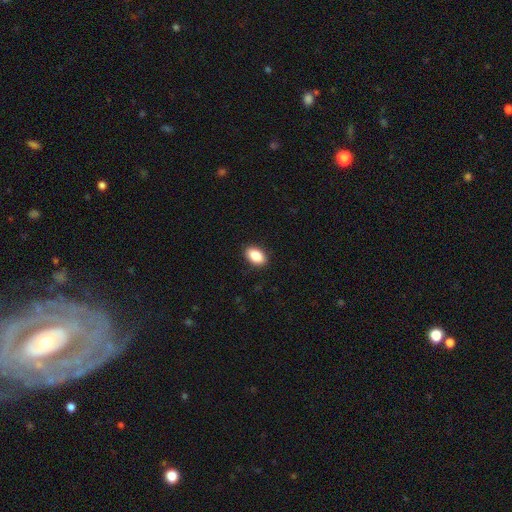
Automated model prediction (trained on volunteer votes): smooth-or-featured: smooth: 88% | star or artifact: 7% | featured or disk: 5%
  how-rounded: in between: 92% | round: 7% | cigar-shaped: 2%
  merging: none: 90% | minor disturbance: 7% | major disturbance: 2% | merger: 1%